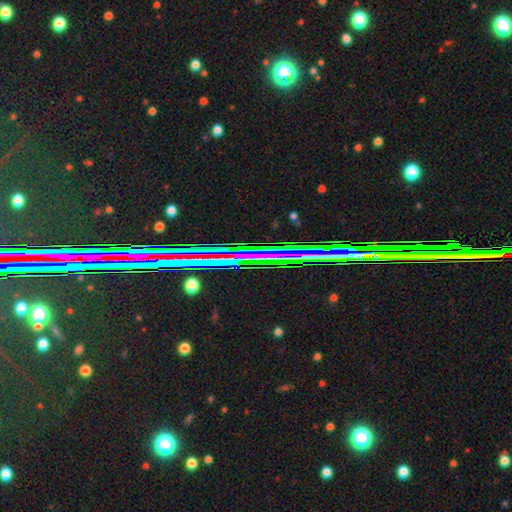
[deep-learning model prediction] The model was most divided on "smooth or featured": star or artifact: 63%, featured or disk: 26%, smooth: 11%.